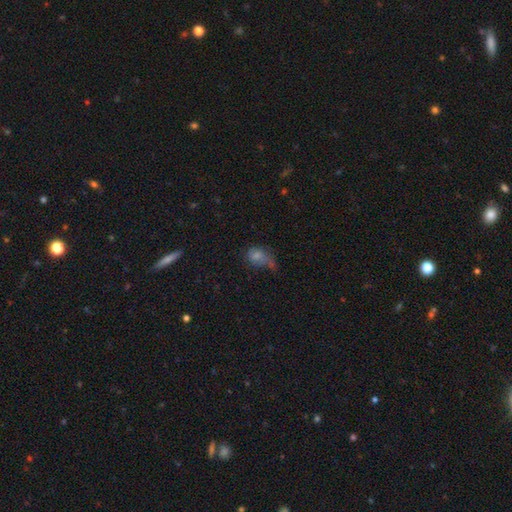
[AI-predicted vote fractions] smooth 60%, featured or disk 23%, star or artifact 17%. Down the decision tree: how rounded — in between (66%); merging — none (32%).